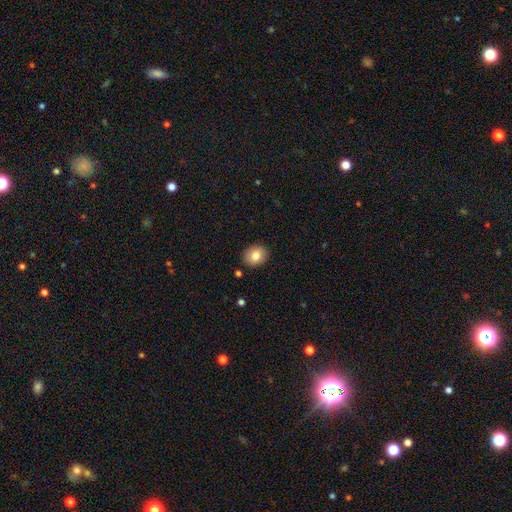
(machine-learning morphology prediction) Q: Smooth or featured?
A: smooth (83%); runner-up: featured or disk (9%)
Q: How rounded?
A: round (58%); runner-up: in between (41%)
Q: Merging?
A: none (88%); runner-up: minor disturbance (9%)